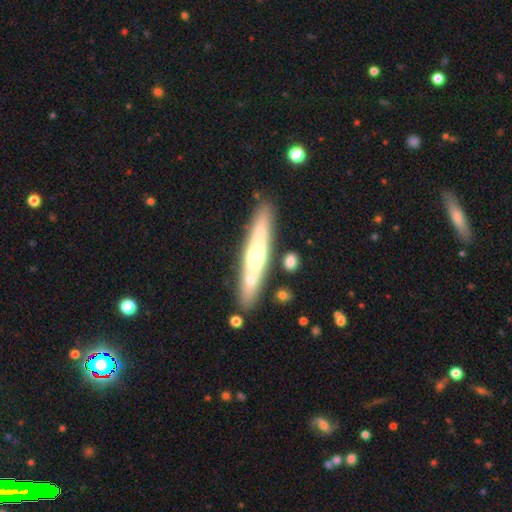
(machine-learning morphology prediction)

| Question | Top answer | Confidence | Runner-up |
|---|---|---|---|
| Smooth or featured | featured or disk | 53% | smooth (41%) |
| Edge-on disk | yes | 84% | no (16%) |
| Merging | none | 82% | minor disturbance (10%) |